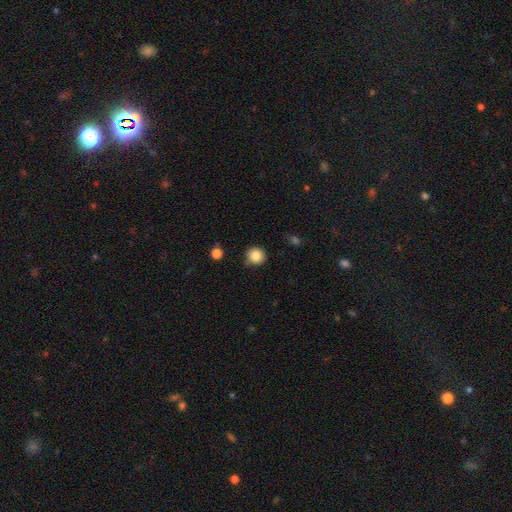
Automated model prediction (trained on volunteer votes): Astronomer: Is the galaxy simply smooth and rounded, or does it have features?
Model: smooth — 84%.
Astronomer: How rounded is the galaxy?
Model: round — 93%.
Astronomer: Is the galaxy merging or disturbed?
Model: none — 82%.